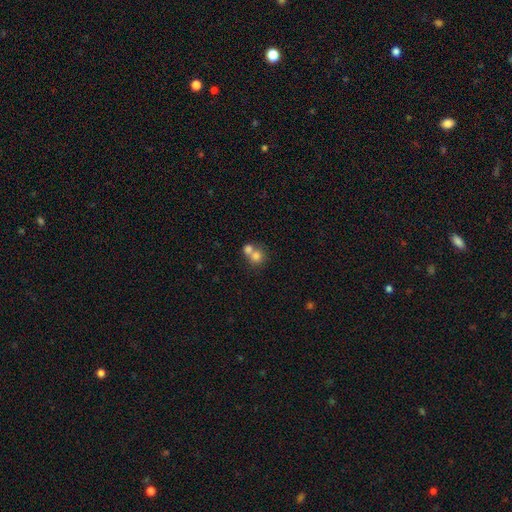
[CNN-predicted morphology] Smooth or featured? smooth (76%)
How rounded? round (81%)
Merging? merger (60%)